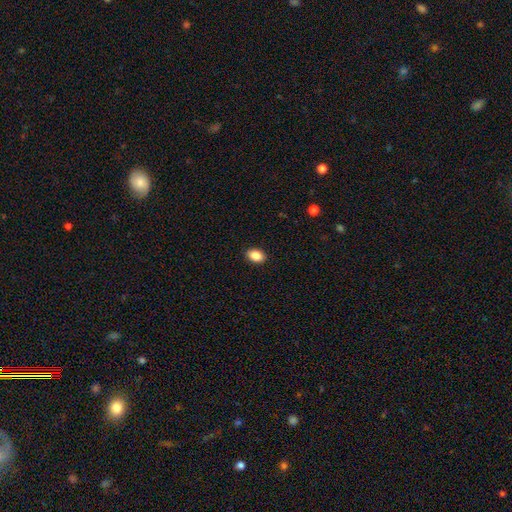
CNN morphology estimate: smooth-or-featured: smooth: 87% | star or artifact: 8% | featured or disk: 4%
  how-rounded: in between: 81% | round: 17% | cigar-shaped: 1%
  merging: none: 91% | minor disturbance: 7% | major disturbance: 2% | merger: 1%